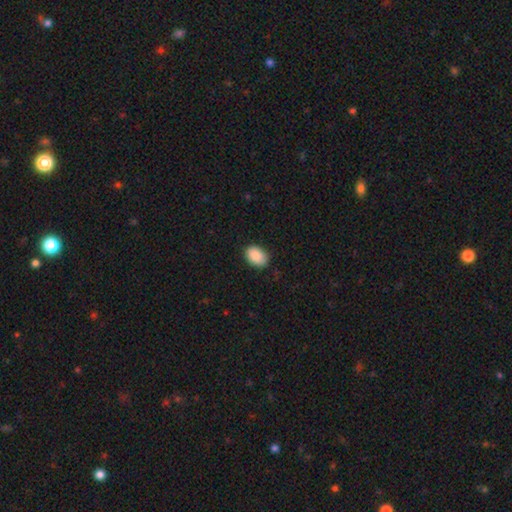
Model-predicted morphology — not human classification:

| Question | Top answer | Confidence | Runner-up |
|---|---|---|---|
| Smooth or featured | smooth | 90% | star or artifact (7%) |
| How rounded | in between | 84% | round (15%) |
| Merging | none | 87% | minor disturbance (10%) |